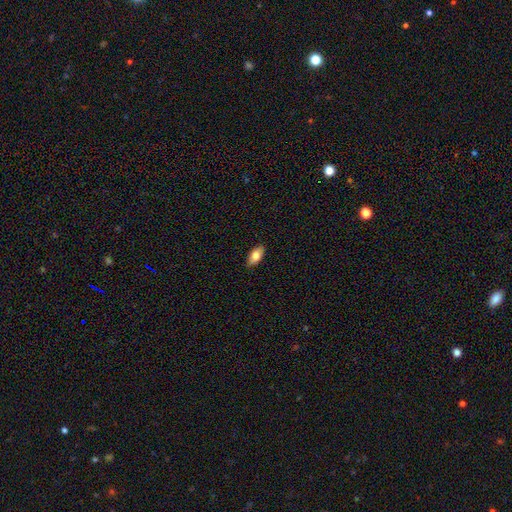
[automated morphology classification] smooth 81%, featured or disk 13%, star or artifact 7%. Down the decision tree: how rounded — in between (90%); merging — none (88%).